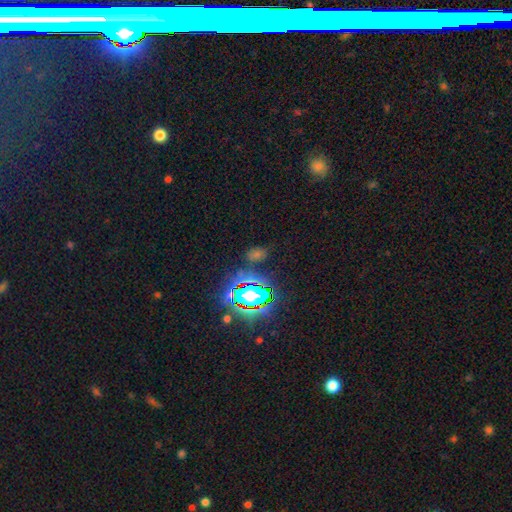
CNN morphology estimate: Smooth or featured? Predicted: star or artifact (p=0.63).